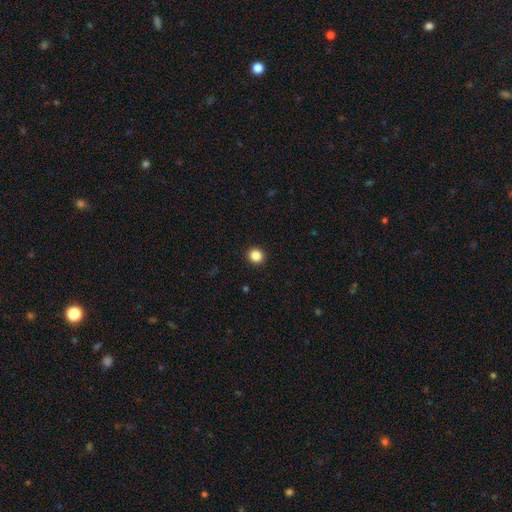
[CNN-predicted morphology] type=smooth (86%); roundness=round (88%); merging=none (93%).